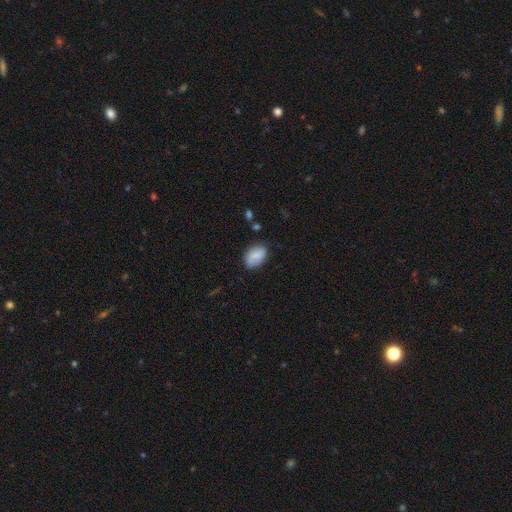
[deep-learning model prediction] smooth-or-featured: smooth: 75% | featured or disk: 17% | star or artifact: 8%
  how-rounded: in between: 85% | round: 14% | cigar-shaped: 1%
  merging: none: 69% | minor disturbance: 23% | major disturbance: 5% | merger: 3%